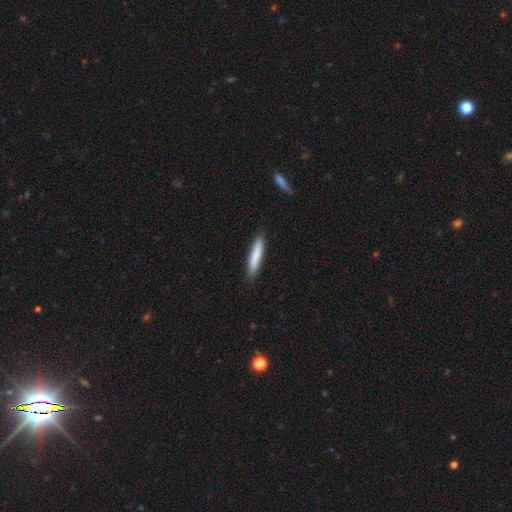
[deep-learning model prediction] Morphology: type=smooth (83%); roundness=cigar-shaped (89%); merging=none (88%).